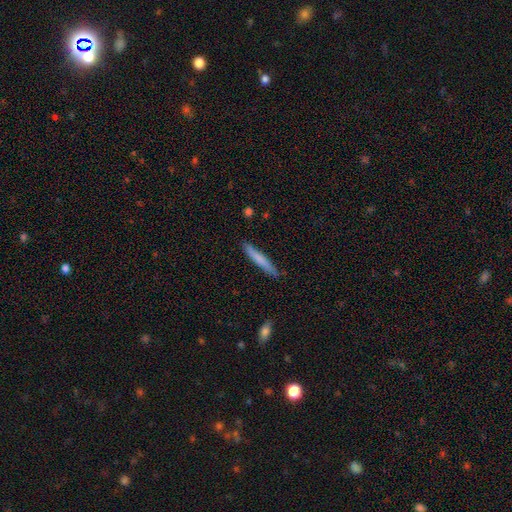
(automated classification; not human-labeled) This is likely a smooth galaxy (70%). How rounded: clearly cigar-shaped (96%). Merging: clearly none (88%).